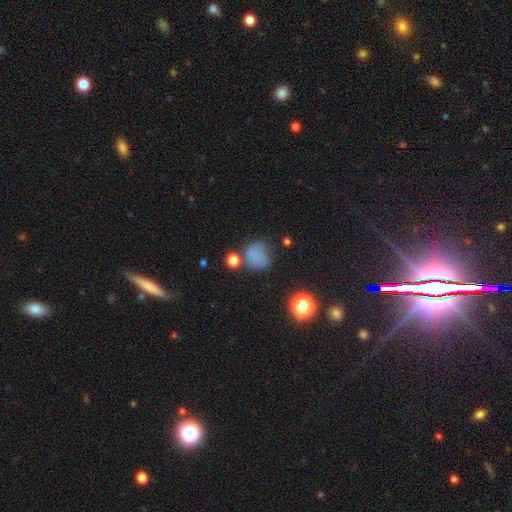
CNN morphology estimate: Smooth or featured?
  - smooth: 71% *
  - star or artifact: 18%
  - featured or disk: 11%
How rounded?
  - round: 76% *
  - in between: 23%
  - cigar-shaped: 1%
Merging?
  - none: 56% *
  - minor disturbance: 24%
  - major disturbance: 12%
  - merger: 9%